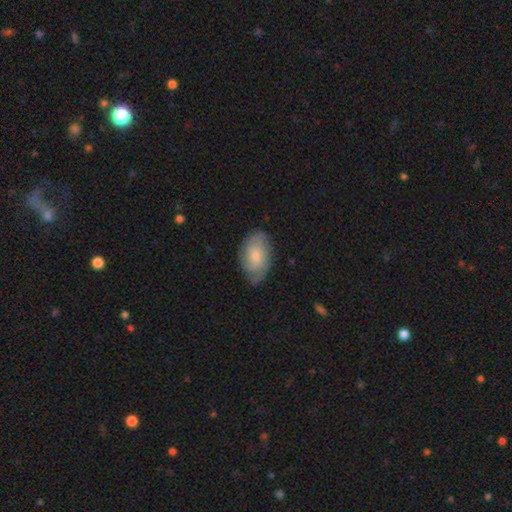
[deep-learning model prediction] A smooth galaxy with no disk features (48%). Merging: none (72%).